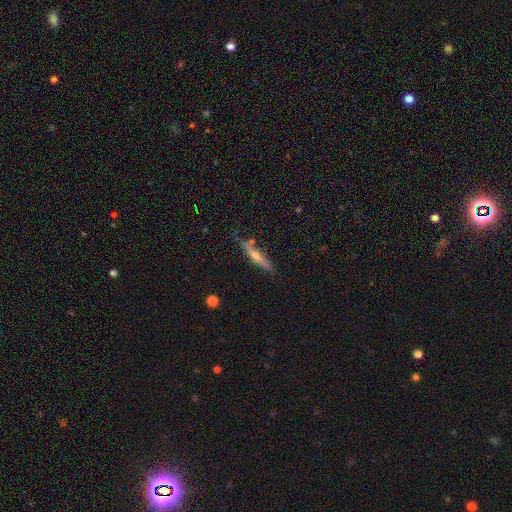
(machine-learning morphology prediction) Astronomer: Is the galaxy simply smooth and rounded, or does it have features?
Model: featured or disk — 47% (runner-up: smooth, 46%).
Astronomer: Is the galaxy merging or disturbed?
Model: none — 74%.